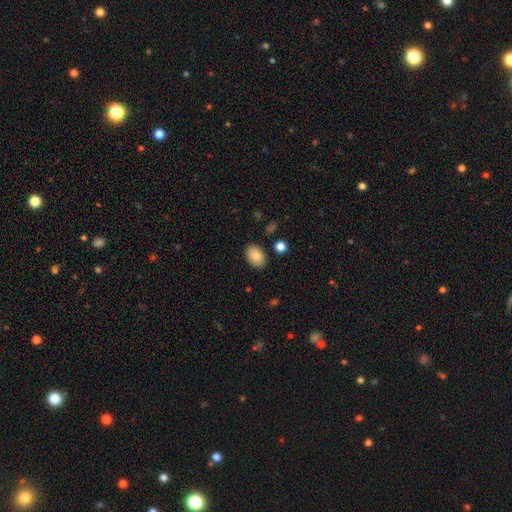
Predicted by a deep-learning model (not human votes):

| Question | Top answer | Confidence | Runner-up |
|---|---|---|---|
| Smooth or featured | smooth | 85% | featured or disk (8%) |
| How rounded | in between | 83% | round (16%) |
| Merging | none | 86% | minor disturbance (9%) |